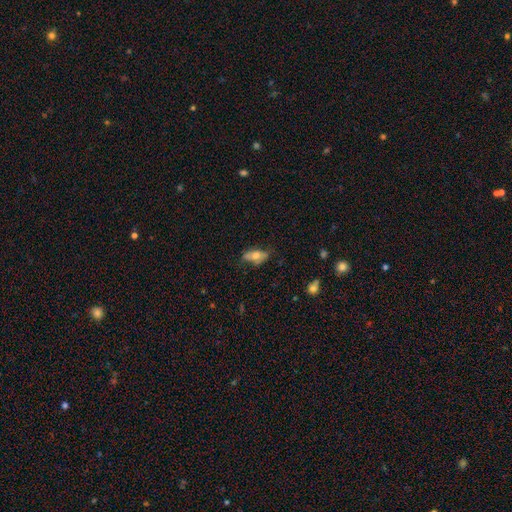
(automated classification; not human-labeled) smooth_or_featured: smooth (p=0.58) [alt: featured or disk p=0.35]
how_rounded: in between (p=0.85) [alt: cigar-shaped p=0.10]
merging: none (p=0.62) [alt: minor disturbance p=0.27]